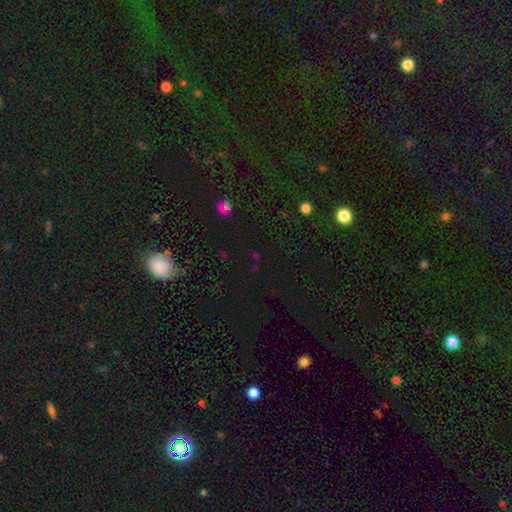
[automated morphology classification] type=star or artifact (56%).